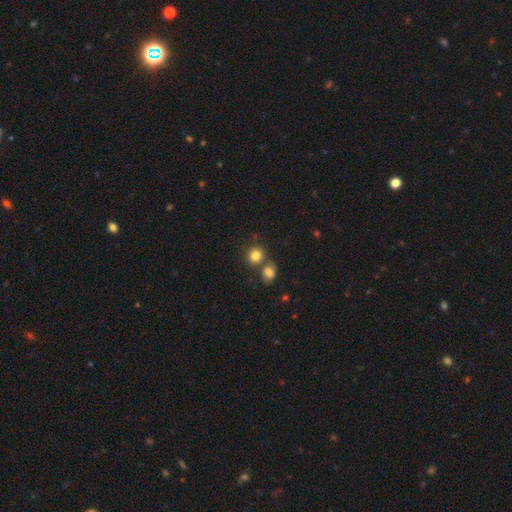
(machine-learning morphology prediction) Smooth or featured? Predicted: smooth (p=0.82). How rounded? Predicted: round (p=0.84). Merging? Predicted: none (p=0.58).